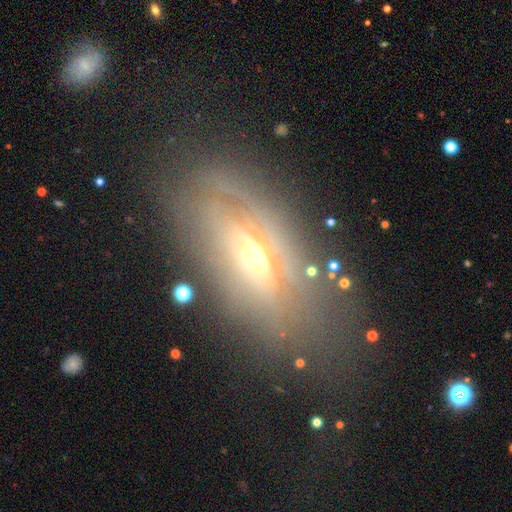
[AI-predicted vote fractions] This appears to be a featured or disk galaxy (66%). Merging: none (64%).